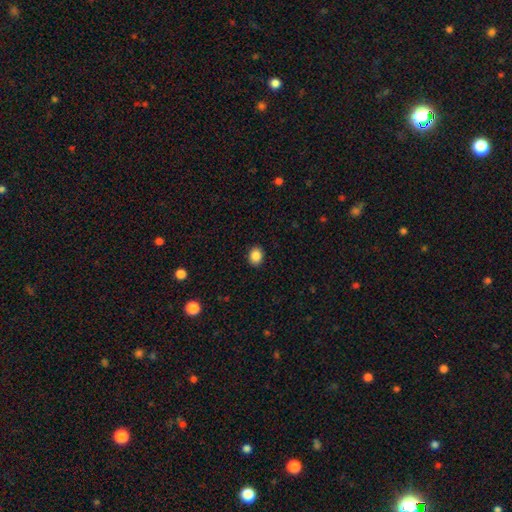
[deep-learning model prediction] smooth-or-featured: smooth: 87% | star or artifact: 9% | featured or disk: 4%
  how-rounded: round: 52% | in between: 47% | cigar-shaped: 1%
  merging: none: 91% | minor disturbance: 6% | major disturbance: 2% | merger: 1%